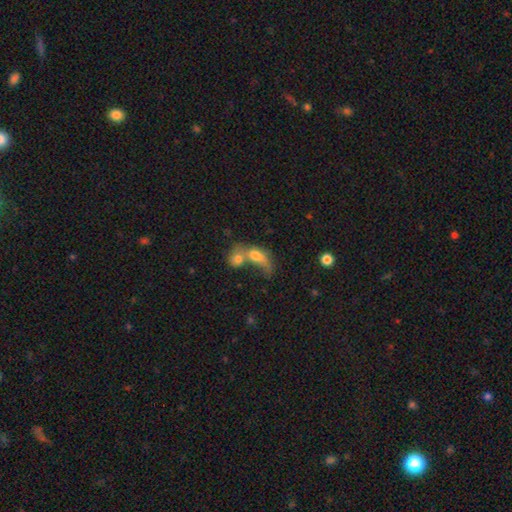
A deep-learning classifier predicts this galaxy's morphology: Smooth or featured: smooth — 67% (featured or disk — 23%)
How rounded: in between — 72% (round — 19%)
Merging: merger — 70% (major disturbance — 12%)